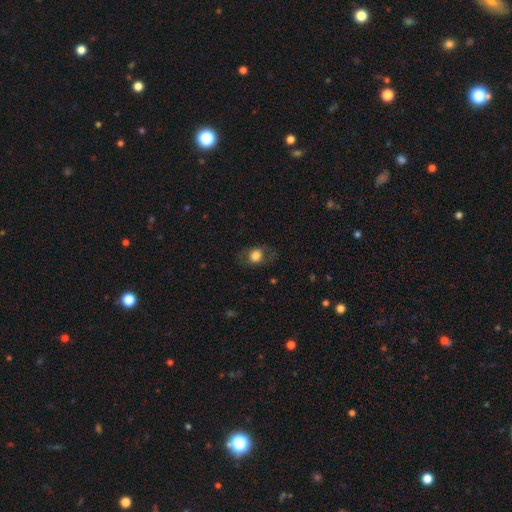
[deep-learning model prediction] Smooth or featured? smooth (72%)
How rounded? round (55%)
Merging? none (74%)